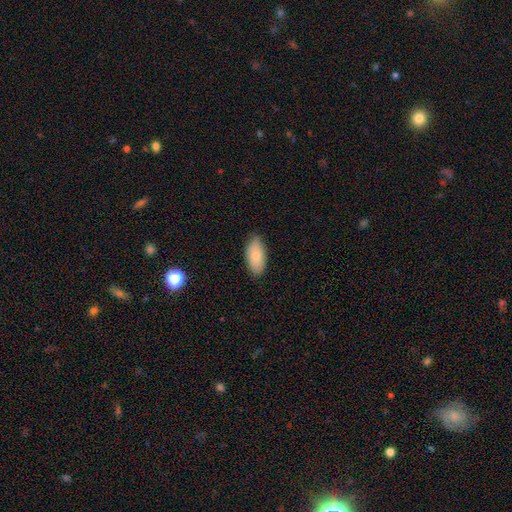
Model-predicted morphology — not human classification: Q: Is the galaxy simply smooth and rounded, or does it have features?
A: smooth — 82%.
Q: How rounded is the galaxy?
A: in between — 93%.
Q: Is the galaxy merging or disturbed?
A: none — 82%.